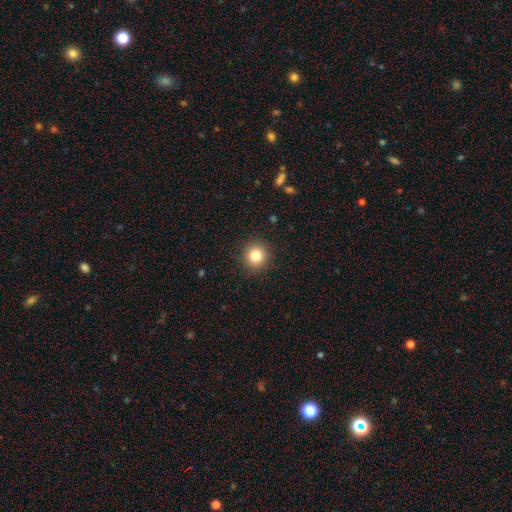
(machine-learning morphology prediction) type=smooth (82%); roundness=round (92%); merging=none (91%).